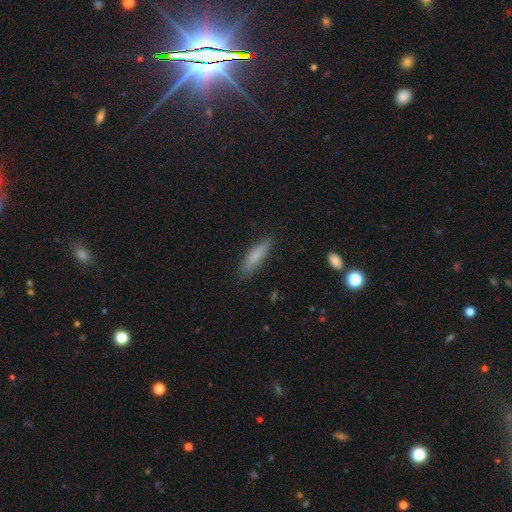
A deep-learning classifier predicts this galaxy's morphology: type=smooth (82%); roundness=cigar-shaped (70%); merging=none (84%).